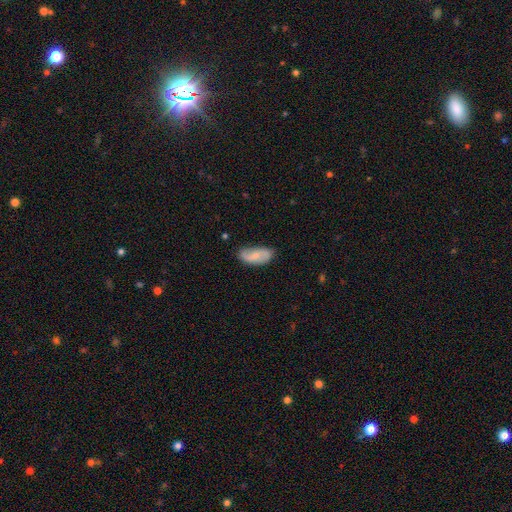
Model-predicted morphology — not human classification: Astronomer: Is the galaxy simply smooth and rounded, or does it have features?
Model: smooth — 59% (runner-up: featured or disk, 34%).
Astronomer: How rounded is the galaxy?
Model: in between — 89%.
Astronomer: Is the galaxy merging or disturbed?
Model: none — 68%.